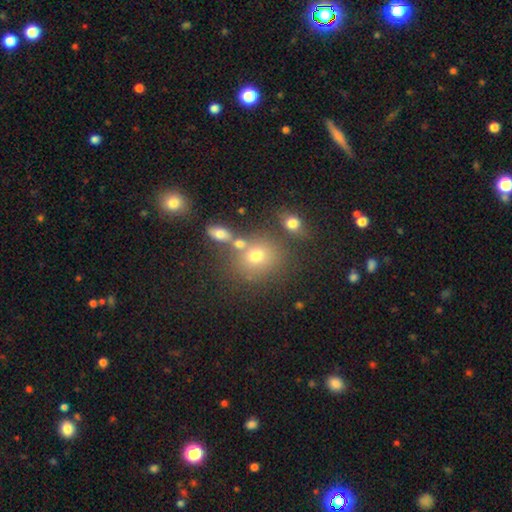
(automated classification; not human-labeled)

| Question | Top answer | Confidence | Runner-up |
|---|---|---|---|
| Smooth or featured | smooth | 69% | star or artifact (17%) |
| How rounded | round | 74% | in between (25%) |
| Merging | none | 62% | merger (21%) |